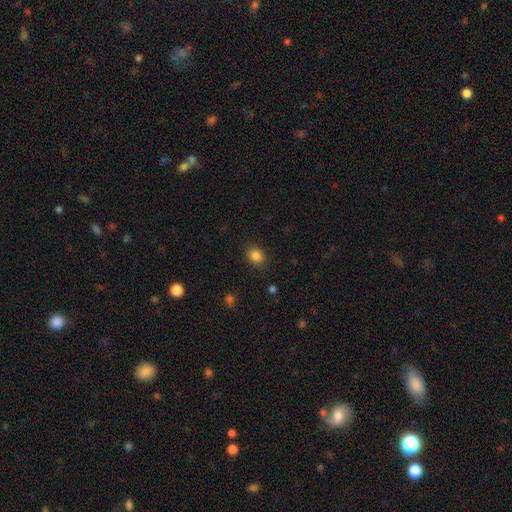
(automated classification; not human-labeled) Smooth or featured? Predicted: smooth (p=0.84). How rounded? Predicted: round (p=0.53). Merging? Predicted: none (p=0.87).